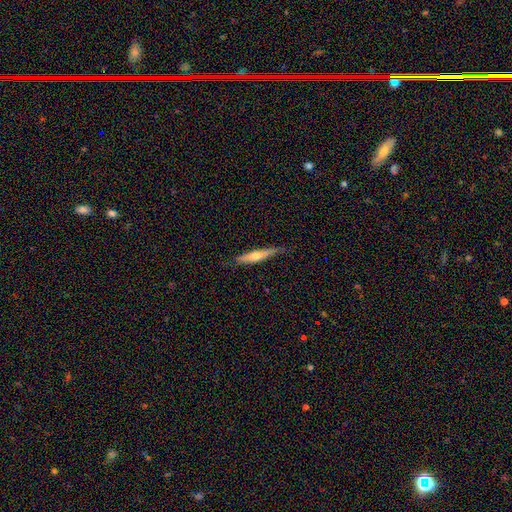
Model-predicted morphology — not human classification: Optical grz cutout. It shows a featured or disk galaxy (47%, tied with smooth). Merging: none (77%).